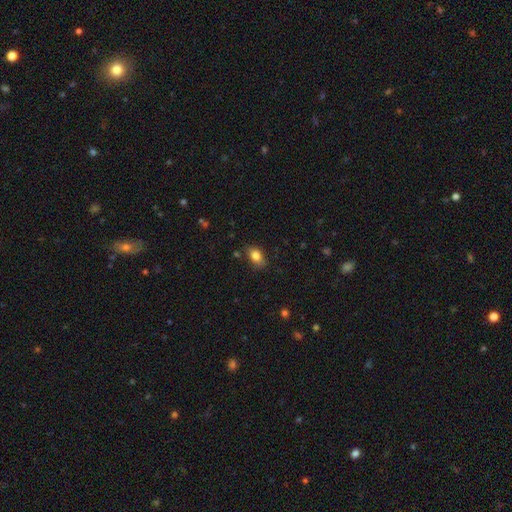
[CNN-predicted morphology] Smooth or featured?
  - smooth: 82% *
  - featured or disk: 9%
  - star or artifact: 9%
How rounded?
  - in between: 83% *
  - round: 15%
  - cigar-shaped: 2%
Merging?
  - none: 78% *
  - minor disturbance: 16%
  - major disturbance: 3%
  - merger: 2%